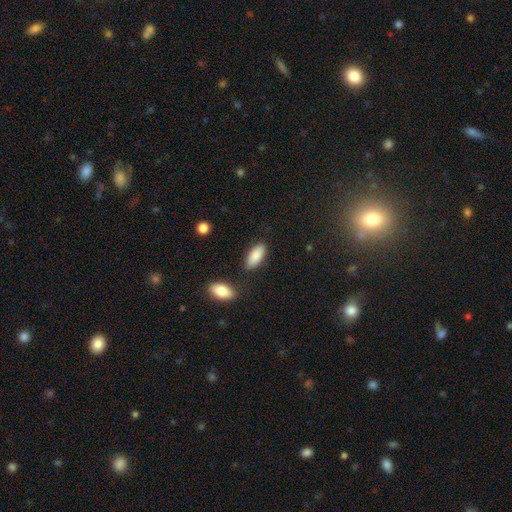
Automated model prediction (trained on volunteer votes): Overall: smooth (87%). How rounded: in between (87%). Merging: none (80%).